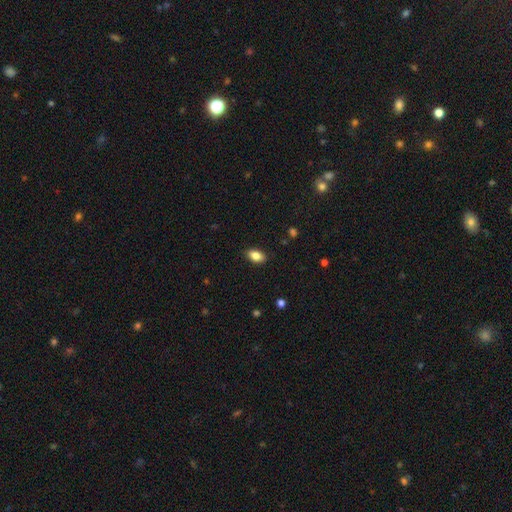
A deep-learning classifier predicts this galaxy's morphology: Smooth or featured? Predicted: smooth (p=0.84). How rounded? Predicted: in between (p=0.90). Merging? Predicted: none (p=0.88).